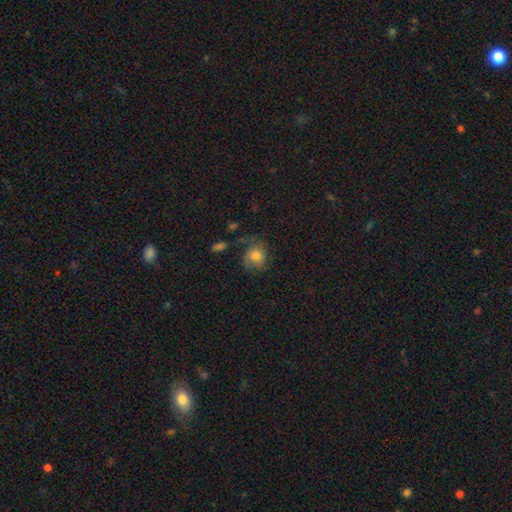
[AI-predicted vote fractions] smooth_or_featured: smooth (p=0.74) [alt: featured or disk p=0.16]
how_rounded: round (p=0.76) [alt: in between p=0.23]
merging: none (p=0.56) [alt: minor disturbance p=0.26]